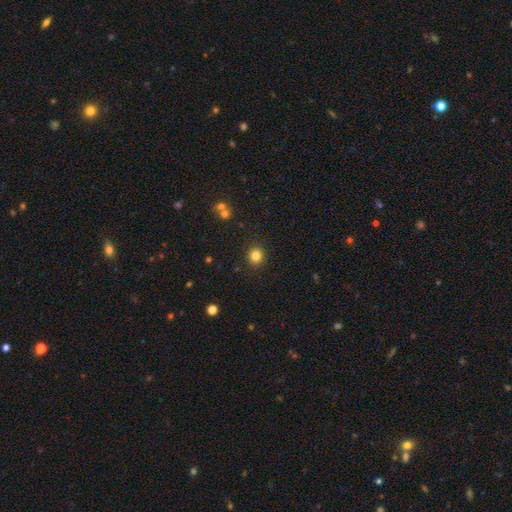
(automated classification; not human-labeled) A smooth galaxy with no disk features (82%) that is round (83%).

Vote fractions:
- Smooth or featured? smooth: 82% / star or artifact: 12% / featured or disk: 6%
- How rounded? round: 83% / in between: 16% / cigar-shaped: 1%
- Merging? none: 90% / minor disturbance: 7% / major disturbance: 2% / merger: 2%